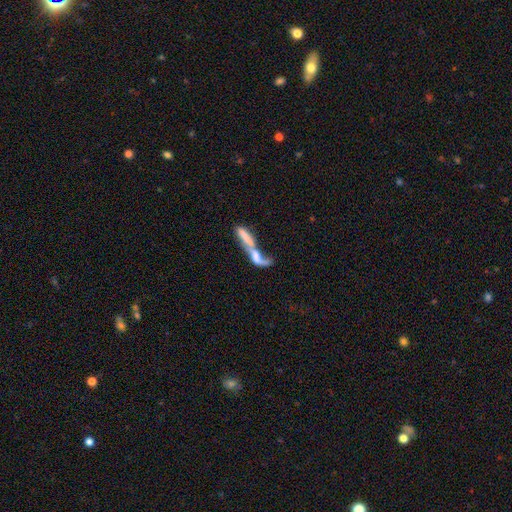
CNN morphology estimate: A featured or disk galaxy (51%).

Vote fractions:
- Smooth or featured? featured or disk: 51% / smooth: 37% / star or artifact: 12%
- Edge-on disk? no: 59% / yes: 41%
- Merging? merger: 62% / none: 16% / major disturbance: 14% / minor disturbance: 8%